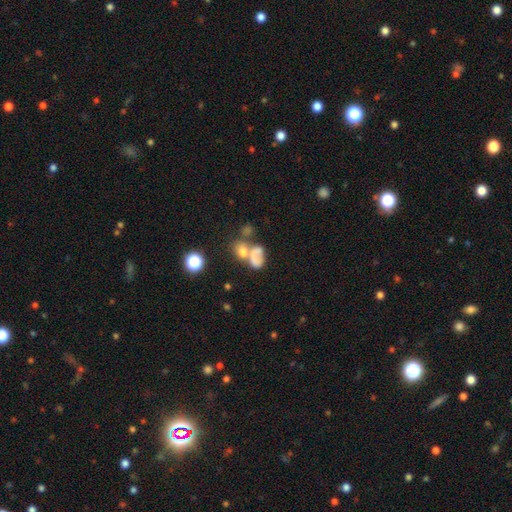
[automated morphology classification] Smooth or featured?
  - smooth: 58% *
  - featured or disk: 27%
  - star or artifact: 15%
How rounded?
  - in between: 69% *
  - round: 29%
  - cigar-shaped: 2%
Merging?
  - merger: 51% *
  - none: 22%
  - major disturbance: 16%
  - minor disturbance: 12%